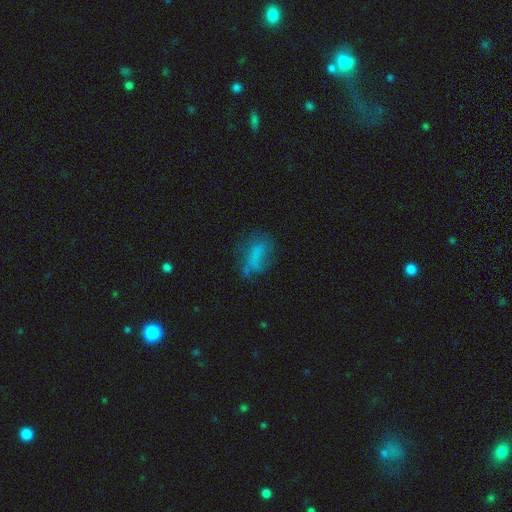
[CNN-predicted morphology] Smooth or featured: smooth — 56% (featured or disk — 28%)
How rounded: in between — 77% (round — 13%)
Merging: none — 42% (major disturbance — 27%)